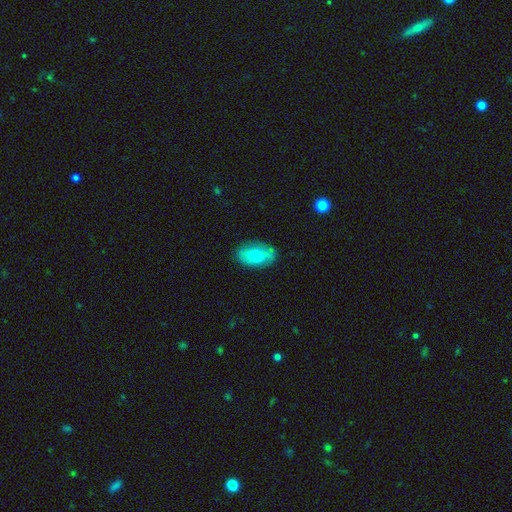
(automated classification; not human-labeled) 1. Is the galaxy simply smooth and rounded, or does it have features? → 71% smooth, 23% featured or disk, 7% star or artifact.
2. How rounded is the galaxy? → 91% in between, 6% round, 2% cigar-shaped.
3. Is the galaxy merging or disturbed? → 73% none, 21% minor disturbance, 5% major disturbance, 2% merger.